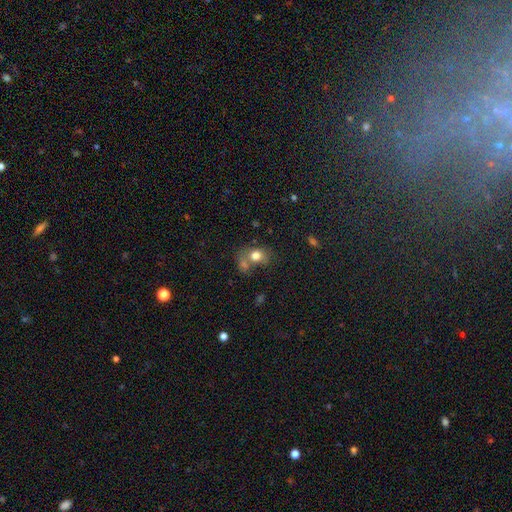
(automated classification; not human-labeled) Smooth or featured: smooth — 76% (featured or disk — 13%)
How rounded: round — 51% (in between — 48%)
Merging: merger — 40% (none — 36%)